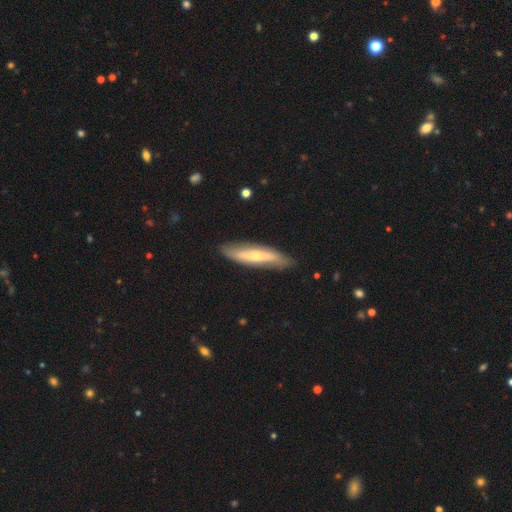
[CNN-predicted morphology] Q: Smooth or featured?
A: featured or disk (50%); runner-up: smooth (45%)
Q: Merging?
A: none (81%); runner-up: minor disturbance (15%)